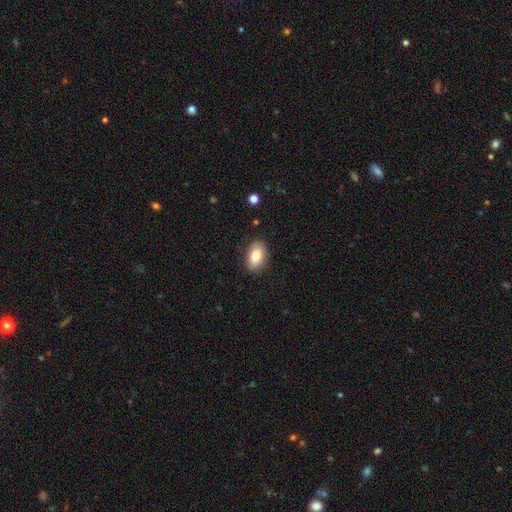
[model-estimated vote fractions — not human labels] A smooth galaxy with no disk features (84%) that is in between round and cigar-shaped (91%).

Vote fractions:
- Smooth or featured? smooth: 84% / featured or disk: 9% / star or artifact: 7%
- How rounded? in between: 91% / round: 8% / cigar-shaped: 2%
- Merging? none: 86% / minor disturbance: 10% / major disturbance: 3% / merger: 1%